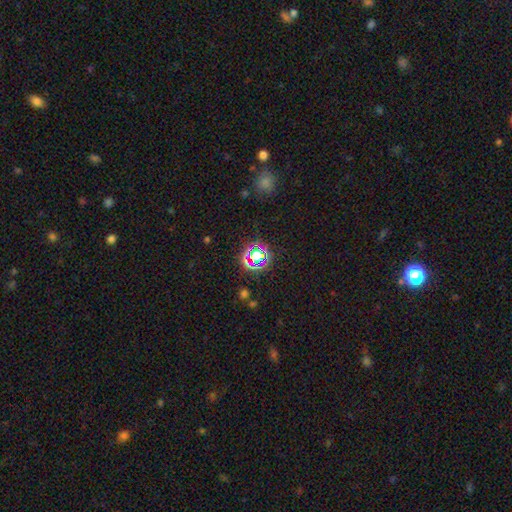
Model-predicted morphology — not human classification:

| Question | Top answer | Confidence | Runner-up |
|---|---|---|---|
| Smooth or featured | star or artifact | 61% | smooth (28%) |